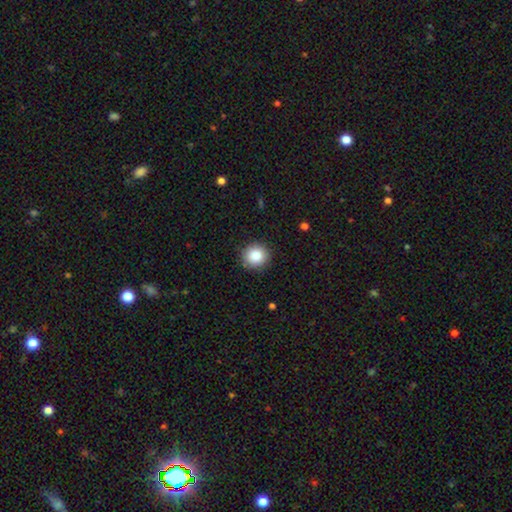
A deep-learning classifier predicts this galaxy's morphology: Smooth or featured: smooth — 85% (star or artifact — 9%)
How rounded: round — 91% (in between — 8%)
Merging: none — 89% (minor disturbance — 7%)